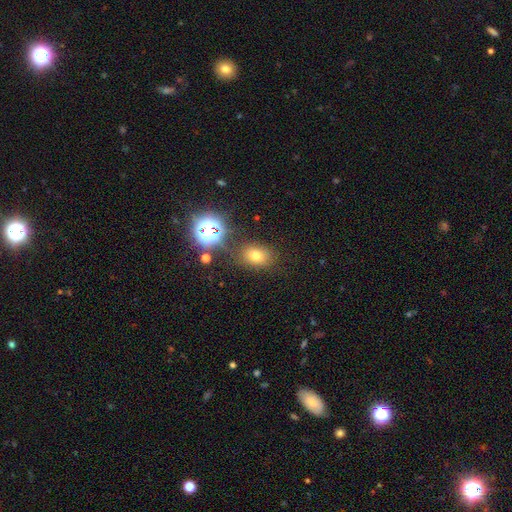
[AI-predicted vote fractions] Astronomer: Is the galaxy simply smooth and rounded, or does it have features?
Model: smooth — 66%.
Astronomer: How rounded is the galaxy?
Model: in between — 60% (runner-up: round, 38%).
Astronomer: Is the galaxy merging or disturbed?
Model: none — 77%.